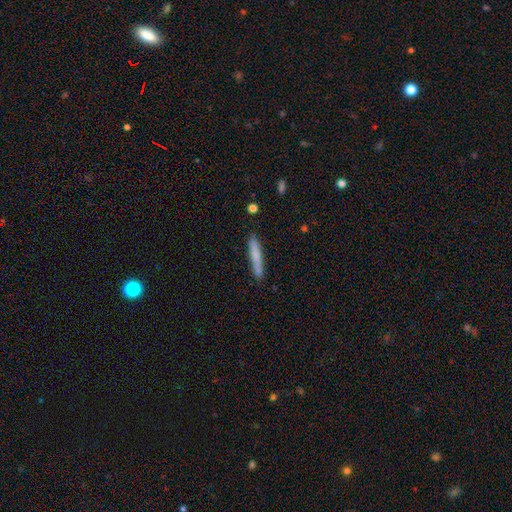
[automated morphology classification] Overall: smooth (71%). How rounded: cigar-shaped (95%). Merging: none (86%).